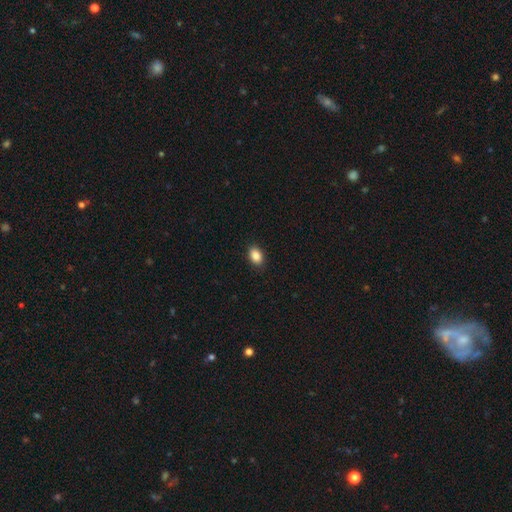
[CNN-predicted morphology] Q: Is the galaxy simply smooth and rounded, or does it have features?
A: smooth — 88%.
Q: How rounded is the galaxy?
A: in between — 83%.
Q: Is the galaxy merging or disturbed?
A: none — 89%.